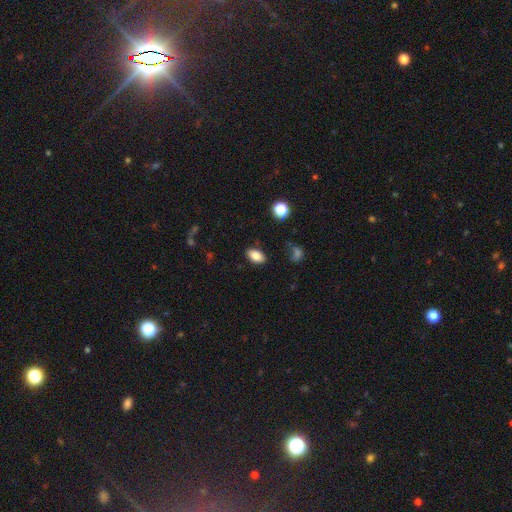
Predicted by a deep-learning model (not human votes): smooth-or-featured: smooth: 84% | star or artifact: 9% | featured or disk: 7%
  how-rounded: in between: 91% | round: 7% | cigar-shaped: 2%
  merging: none: 85% | minor disturbance: 10% | major disturbance: 3% | merger: 2%